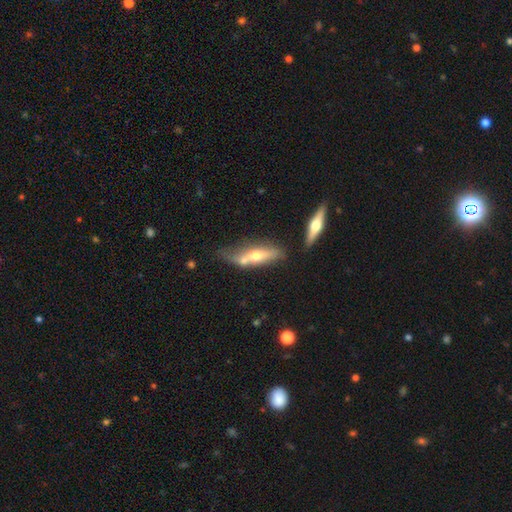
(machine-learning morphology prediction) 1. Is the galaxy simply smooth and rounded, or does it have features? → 50% featured or disk, 43% smooth, 7% star or artifact.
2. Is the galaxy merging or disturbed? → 39% none, 29% merger, 21% minor disturbance, 10% major disturbance.